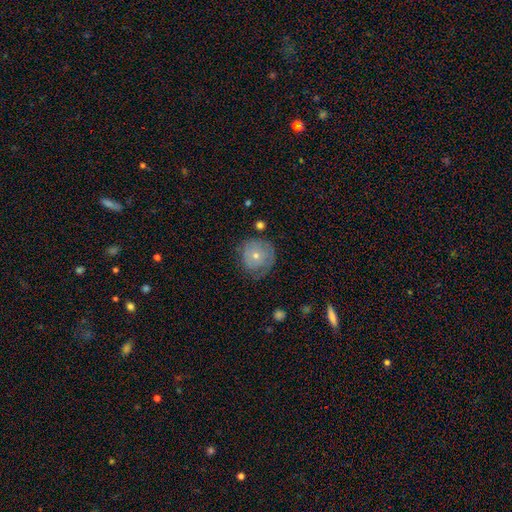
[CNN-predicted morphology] Overall: featured or disk (47%; smooth 44%). Merging: none (67%).